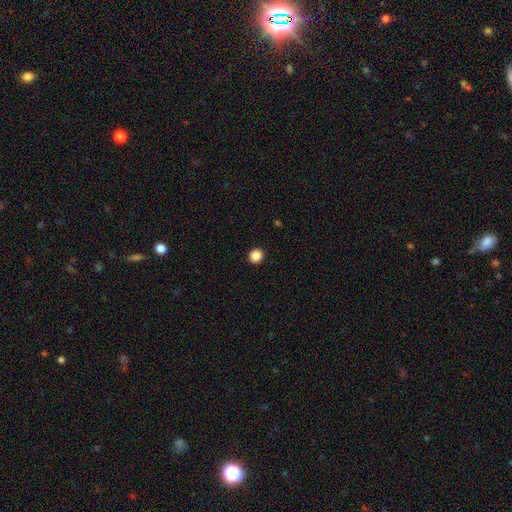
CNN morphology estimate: Smooth or featured? Predicted: smooth (p=0.87). How rounded? Predicted: round (p=0.93). Merging? Predicted: none (p=0.94).